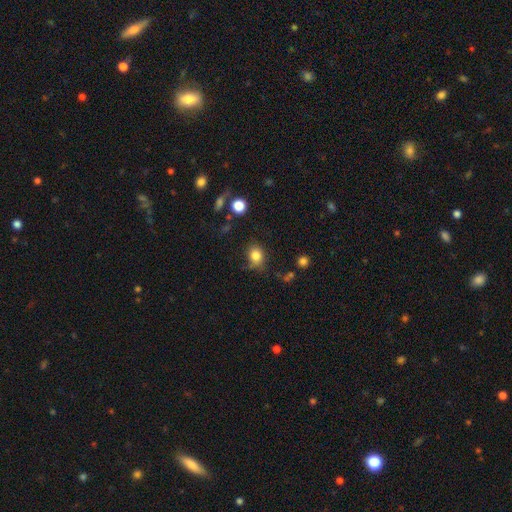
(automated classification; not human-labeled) Overall: smooth (82%). How rounded: round (59%; in between 40%). Merging: none (67%).